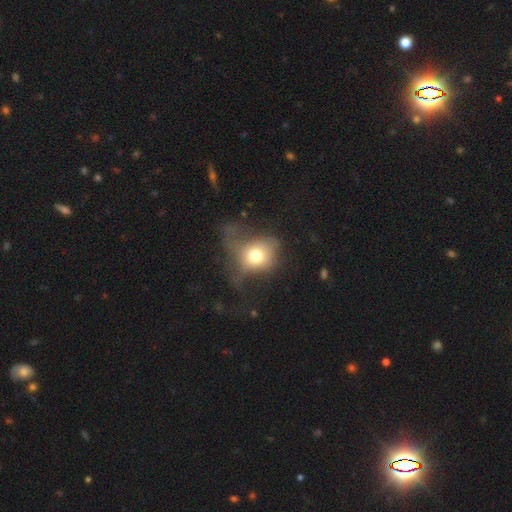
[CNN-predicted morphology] A smooth galaxy with no disk features (67%) that is round (63%).

Vote fractions:
- Smooth or featured? smooth: 67% / featured or disk: 22% / star or artifact: 12%
- How rounded? round: 63% / in between: 35% / cigar-shaped: 1%
- Merging? major disturbance: 51% / none: 23% / minor disturbance: 22% / merger: 4%